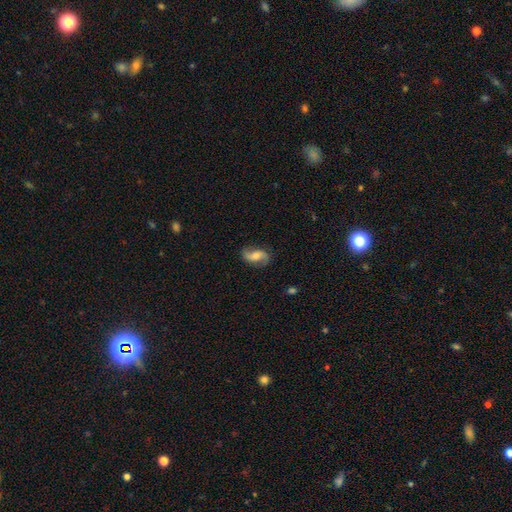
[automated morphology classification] Smooth or featured?
  - featured or disk: 72% *
  - smooth: 21%
  - star or artifact: 7%
Edge-on disk?
  - no: 96% *
  - yes: 4%
Bar?
  - no: 50% *
  - weak: 38%
  - strong: 13%
Spiral arms?
  - yes: 95% *
  - no: 5%
Spiral winding?
  - loose: 64% *
  - medium: 27%
  - tight: 9%
Spiral arm count?
  - 2: 92% *
  - can't tell: 3%
  - 1: 2%
  - 3: 1%
  - 4: 1%
  - more than 4: 1%
Bulge size?
  - moderate: 50% *
  - small: 29%
  - large: 10%
  - none: 9%
  - dominant: 2%
Merging?
  - none: 79% *
  - minor disturbance: 14%
  - major disturbance: 5%
  - merger: 1%